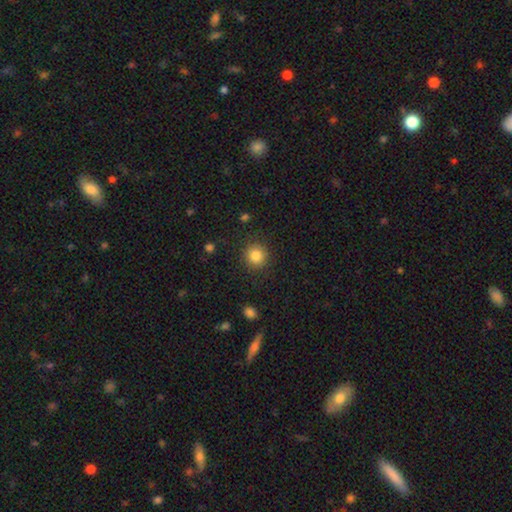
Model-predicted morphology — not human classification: Smooth or featured: smooth — 84% (star or artifact — 10%)
How rounded: round — 92% (in between — 7%)
Merging: none — 89% (minor disturbance — 7%)